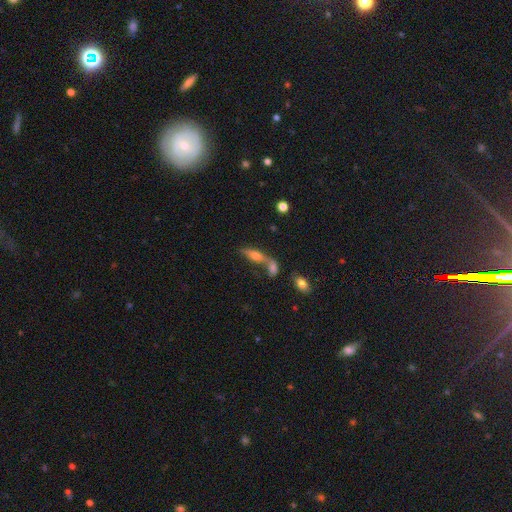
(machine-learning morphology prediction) A smooth galaxy with no disk features (51%) that is cigar-shaped (52%). Merging: merger (43%).